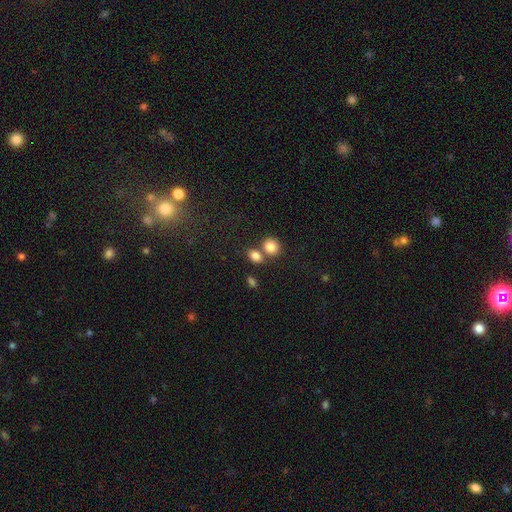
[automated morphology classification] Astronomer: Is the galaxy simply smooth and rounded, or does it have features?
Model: smooth — 83%.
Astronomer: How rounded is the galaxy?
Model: in between — 50% (runner-up: round, 49%).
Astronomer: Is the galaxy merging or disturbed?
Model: none — 51% (runner-up: merger, 36%).